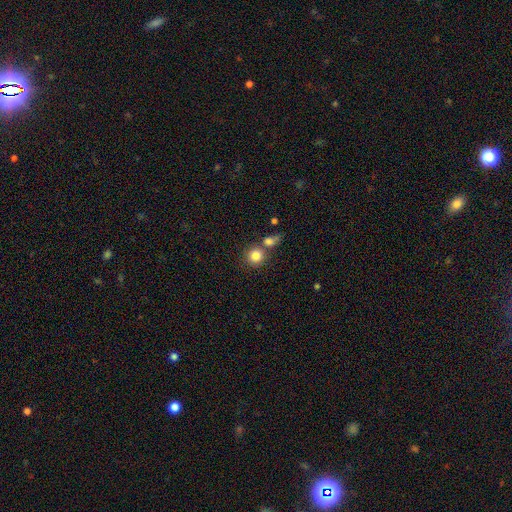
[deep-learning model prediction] Smooth or featured?
  - smooth: 82% *
  - star or artifact: 10%
  - featured or disk: 8%
How rounded?
  - round: 90% *
  - in between: 9%
  - cigar-shaped: 1%
Merging?
  - none: 61% *
  - merger: 27%
  - minor disturbance: 9%
  - major disturbance: 4%